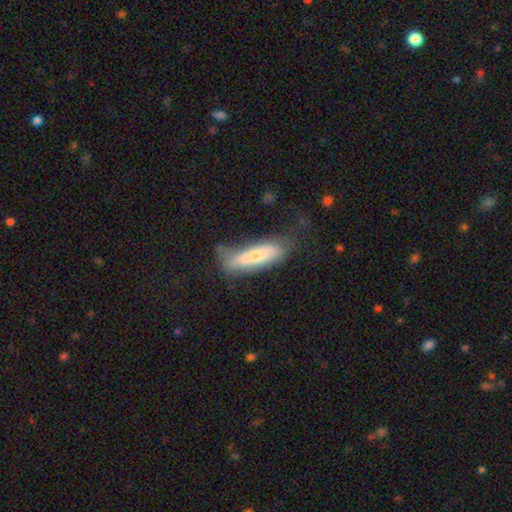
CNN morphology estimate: smooth 63%, featured or disk 31%, star or artifact 7%. Down the decision tree: how rounded — cigar-shaped (57%); merging — none (42%).